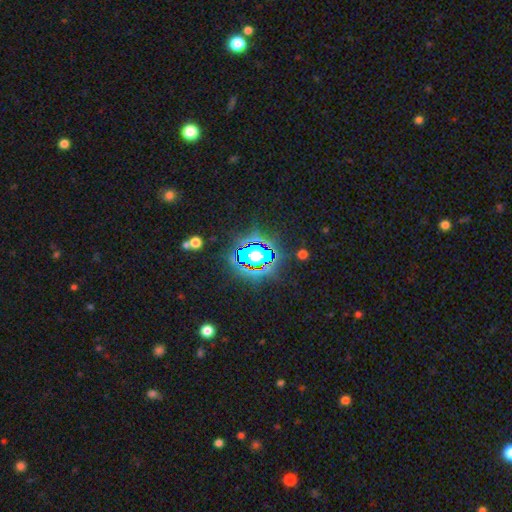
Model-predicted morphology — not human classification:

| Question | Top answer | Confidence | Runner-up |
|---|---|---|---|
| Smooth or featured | star or artifact | 62% | smooth (24%) |